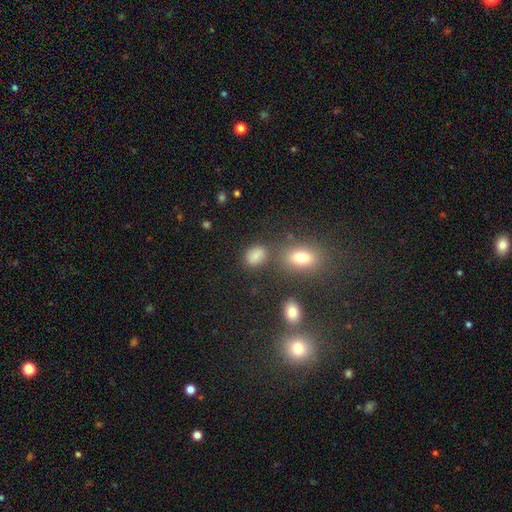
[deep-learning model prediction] Smooth or featured?
  - smooth: 78% *
  - star or artifact: 15%
  - featured or disk: 7%
How rounded?
  - in between: 68% *
  - round: 31%
  - cigar-shaped: 2%
Merging?
  - none: 70% *
  - minor disturbance: 15%
  - merger: 9%
  - major disturbance: 6%